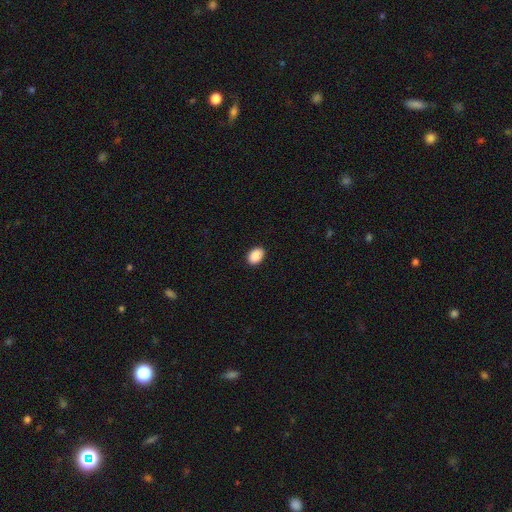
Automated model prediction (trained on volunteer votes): Q: Smooth or featured?
A: smooth (90%); runner-up: star or artifact (7%)
Q: How rounded?
A: in between (77%); runner-up: round (23%)
Q: Merging?
A: none (89%); runner-up: minor disturbance (8%)